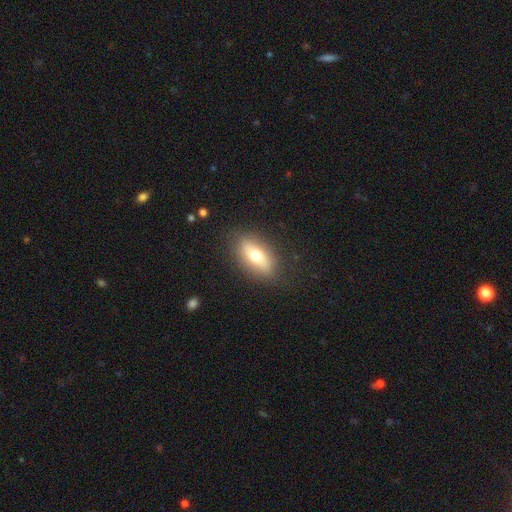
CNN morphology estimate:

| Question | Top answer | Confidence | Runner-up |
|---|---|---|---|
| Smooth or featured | smooth | 63% | featured or disk (28%) |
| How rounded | in between | 80% | cigar-shaped (11%) |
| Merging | none | 84% | minor disturbance (11%) |